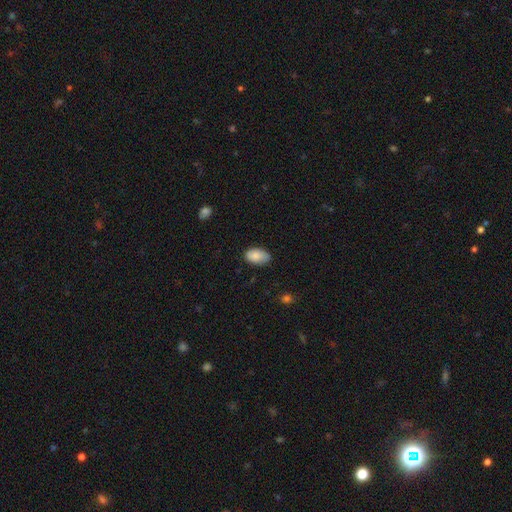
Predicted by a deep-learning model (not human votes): Q: Smooth or featured?
A: smooth (86%); runner-up: featured or disk (7%)
Q: How rounded?
A: in between (93%); runner-up: round (6%)
Q: Merging?
A: none (72%); runner-up: minor disturbance (23%)